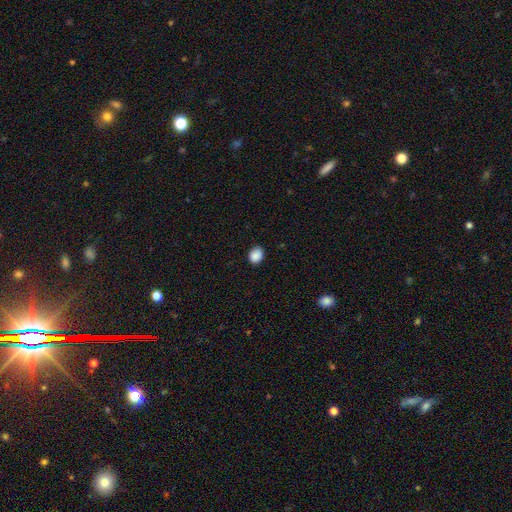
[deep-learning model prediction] Smooth or featured? smooth (89%)
How rounded? round (50%, tied with in between)
Merging? none (85%)